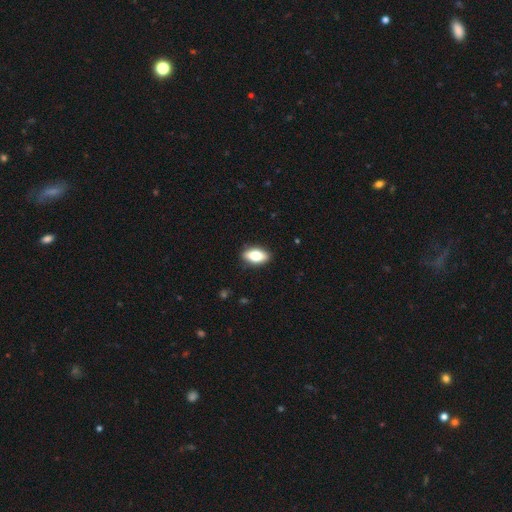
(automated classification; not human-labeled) smooth 74%, featured or disk 19%, star or artifact 7%. Down the decision tree: how rounded — in between (86%); merging — none (87%).